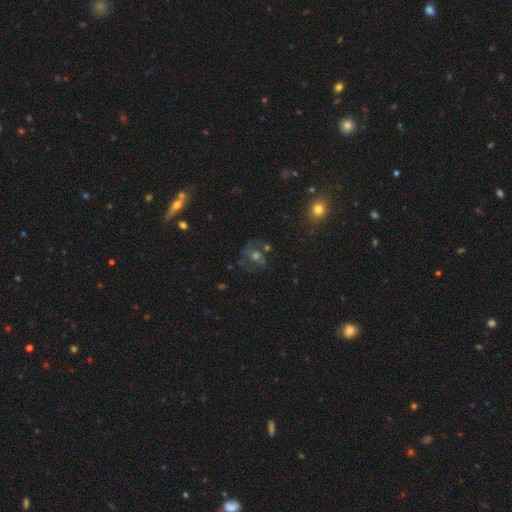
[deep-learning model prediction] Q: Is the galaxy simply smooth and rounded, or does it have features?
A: featured or disk — 48%.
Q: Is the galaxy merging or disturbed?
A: none — 58%.